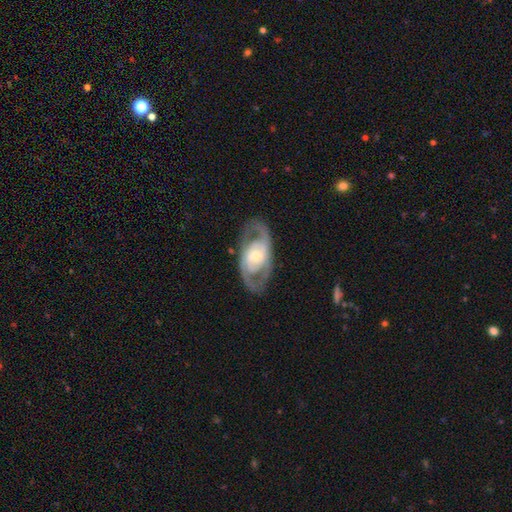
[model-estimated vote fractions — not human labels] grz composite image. It shows a featured or disk galaxy (81%) with no bar (57%), 2 (79%) medium (45%) spiral arms (71%) and a moderate central bulge (56%). Merging: none (78%).